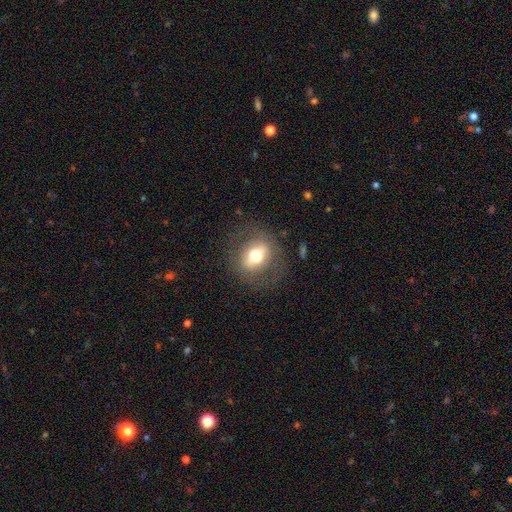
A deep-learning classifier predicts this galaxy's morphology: smooth 54%, featured or disk 37%, star or artifact 9%. Down the decision tree: how rounded — round (56%); merging — none (79%).